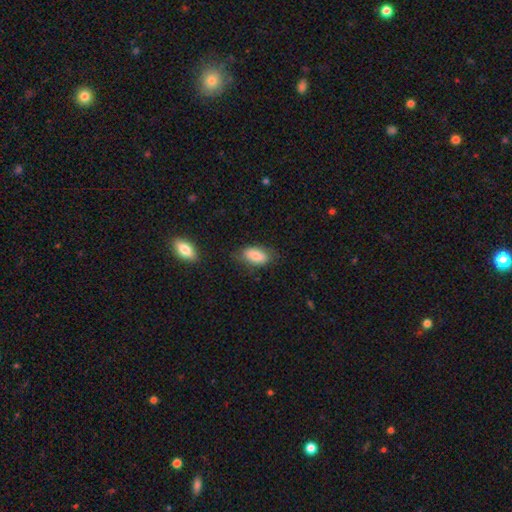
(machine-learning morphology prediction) Overall: smooth (81%). How rounded: in between (91%). Merging: none (67%).